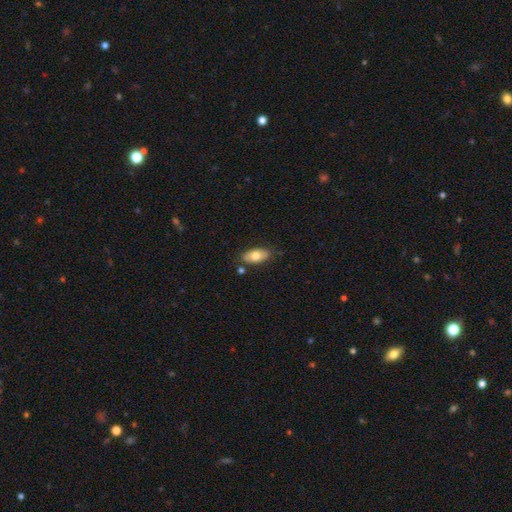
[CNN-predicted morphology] Smooth or featured: smooth — 74% (featured or disk — 20%)
How rounded: in between — 91% (cigar-shaped — 6%)
Merging: none — 80% (minor disturbance — 13%)